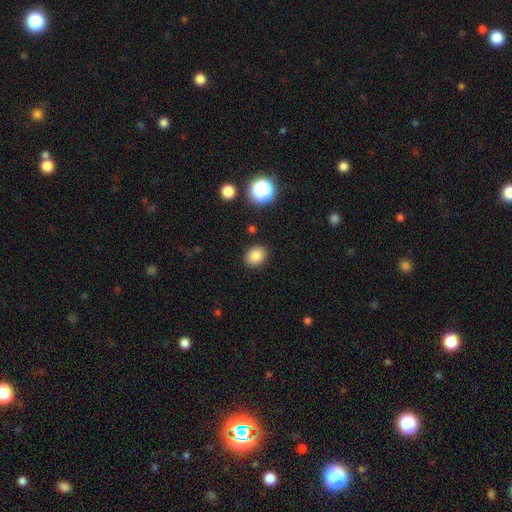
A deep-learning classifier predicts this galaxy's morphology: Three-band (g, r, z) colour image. It shows a smooth galaxy with no disk features (83%) that is round (54%). Merging: none (88%).